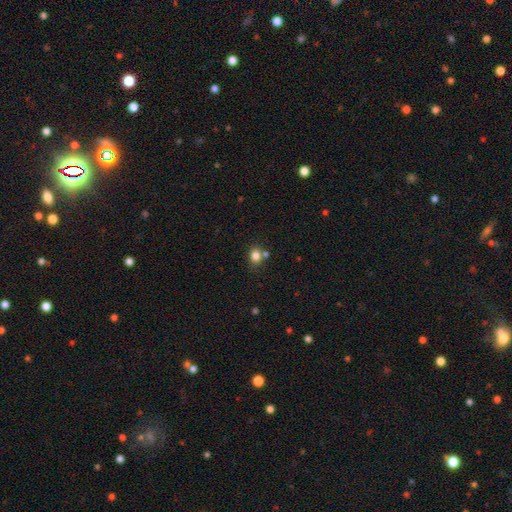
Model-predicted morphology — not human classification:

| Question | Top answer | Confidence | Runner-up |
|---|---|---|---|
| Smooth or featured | smooth | 81% | star or artifact (12%) |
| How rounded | round | 60% | in between (39%) |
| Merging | none | 63% | merger (21%) |